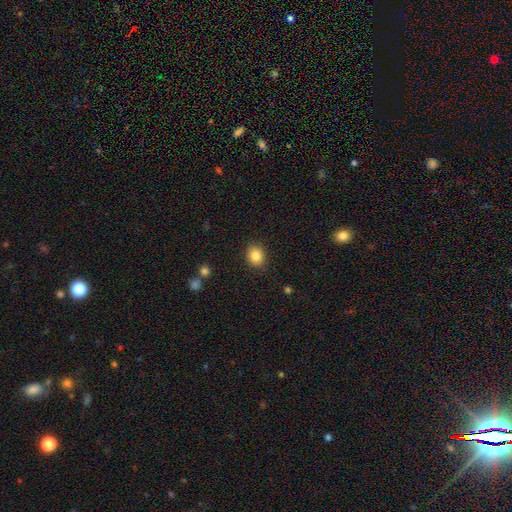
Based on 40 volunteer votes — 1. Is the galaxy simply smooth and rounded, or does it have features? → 75% smooth, 18% featured or disk, 8% star or artifact.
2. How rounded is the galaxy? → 80% round, 20% in between, 0% cigar-shaped.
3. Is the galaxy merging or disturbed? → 89% none, 8% minor disturbance, 3% merger, 0% major disturbance.